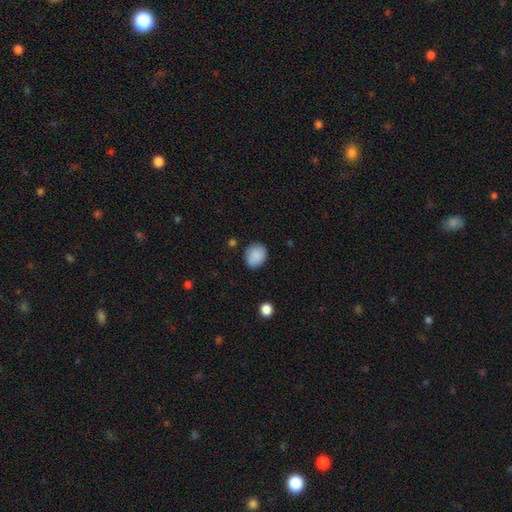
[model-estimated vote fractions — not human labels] This appears to be a smooth galaxy with no disk features (88%) that is round (58%). Merging: none (80%).